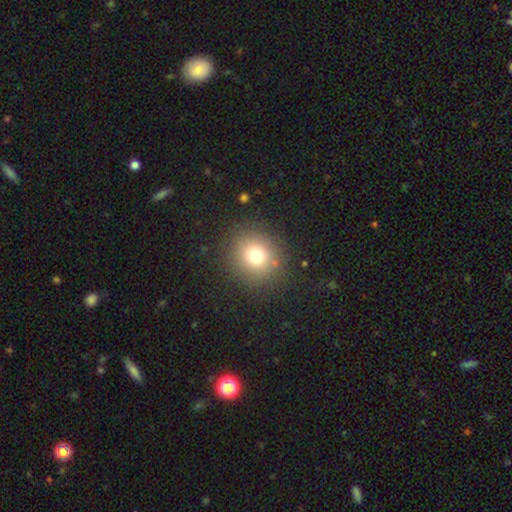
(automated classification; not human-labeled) Smooth or featured? smooth (75%)
How rounded? round (87%)
Merging? none (87%)